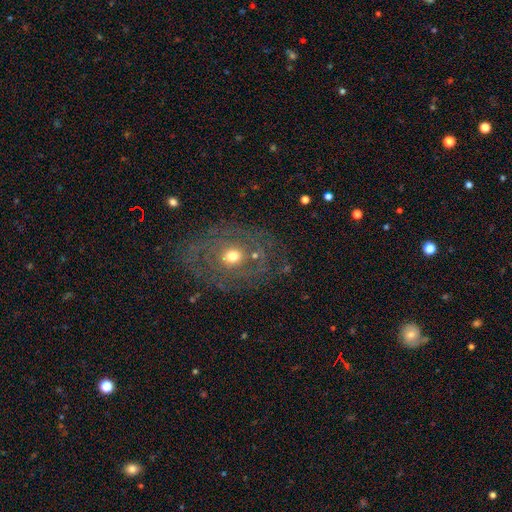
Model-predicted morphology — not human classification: smooth-or-featured: featured or disk: 69% | smooth: 20% | star or artifact: 11%
  disk-edge-on: no: 95% | yes: 5%
    bar: no: 83% | weak: 13% | strong: 4%
    has-spiral-arms: yes: 58% | no: 42%
    bulge-size: moderate: 65% | small: 29% | large: 4% | dominant: 1% | none: 1%
  merging: none: 76% | minor disturbance: 14% | major disturbance: 8% | merger: 2%